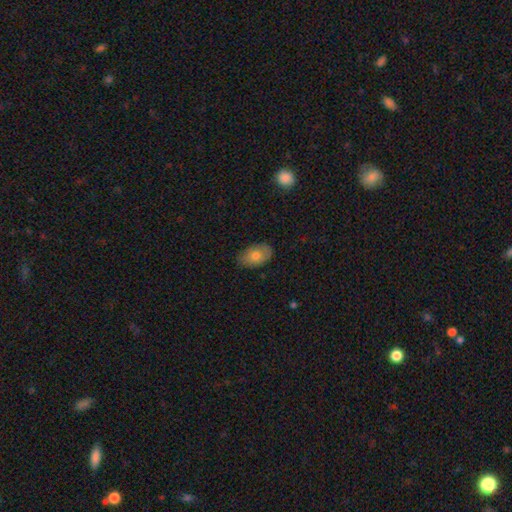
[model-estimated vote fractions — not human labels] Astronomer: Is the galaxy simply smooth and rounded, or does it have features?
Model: smooth — 71%.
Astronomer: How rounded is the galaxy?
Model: in between — 90%.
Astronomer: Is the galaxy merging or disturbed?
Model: none — 79%.